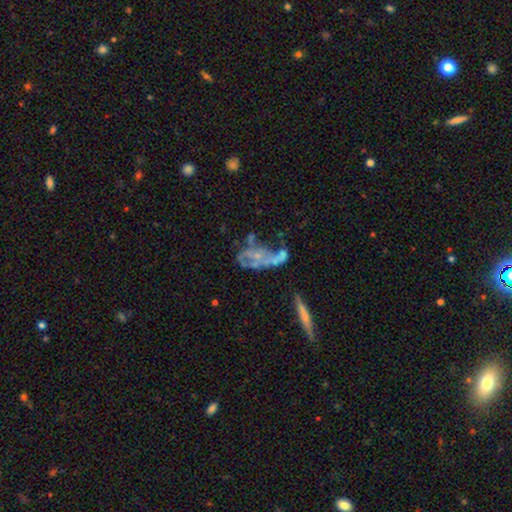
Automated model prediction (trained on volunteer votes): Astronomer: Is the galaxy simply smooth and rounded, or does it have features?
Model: featured or disk — 63%.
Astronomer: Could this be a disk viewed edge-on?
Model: no — 96%.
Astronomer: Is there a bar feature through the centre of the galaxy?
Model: no — 84%.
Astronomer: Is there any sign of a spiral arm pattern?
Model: no — 78%.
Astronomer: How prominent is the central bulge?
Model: none — 44% (runner-up: small, 40%).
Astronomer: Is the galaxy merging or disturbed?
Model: major disturbance — 41% (runner-up: merger, 26%).